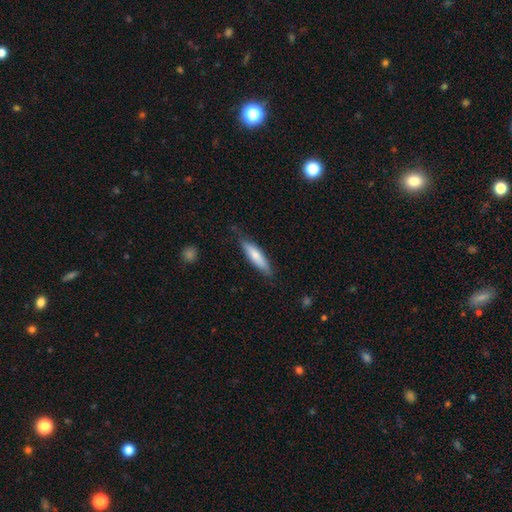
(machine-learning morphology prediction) type=smooth (71%); roundness=cigar-shaped (72%); merging=none (75%).